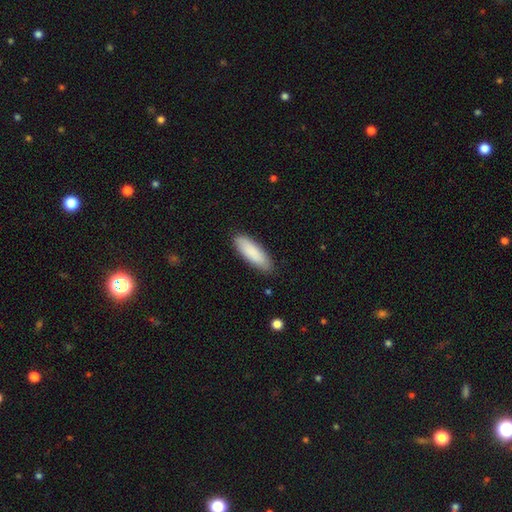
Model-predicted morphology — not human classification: Smooth or featured? Predicted: smooth (p=0.87). How rounded? Predicted: in between (p=0.53). Merging? Predicted: none (p=0.86).